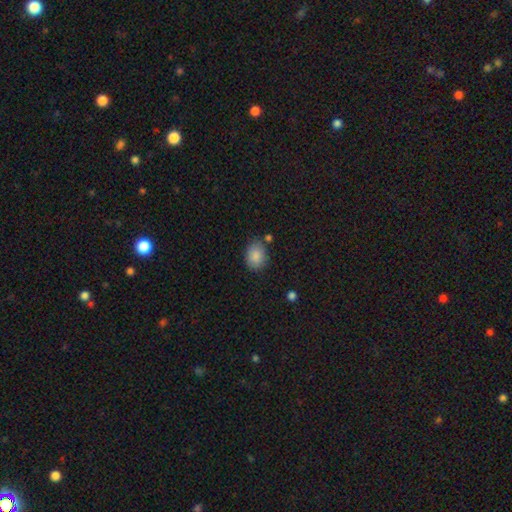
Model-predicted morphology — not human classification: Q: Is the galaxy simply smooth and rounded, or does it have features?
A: smooth — 87%.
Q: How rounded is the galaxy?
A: in between — 63%.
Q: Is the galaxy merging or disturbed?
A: none — 75%.